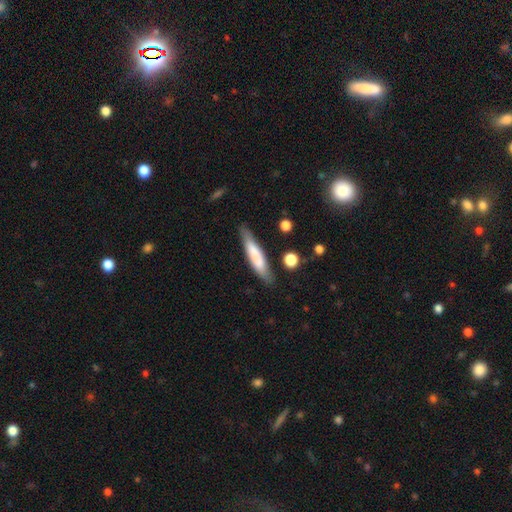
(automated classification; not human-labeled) Morphology: type=smooth (71%); roundness=cigar-shaped (86%); merging=none (81%).